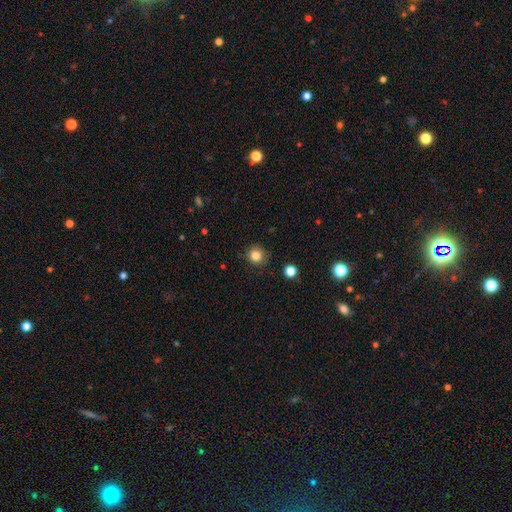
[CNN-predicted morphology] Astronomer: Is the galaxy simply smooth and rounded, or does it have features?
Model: smooth — 83%.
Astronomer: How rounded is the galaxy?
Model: round — 90%.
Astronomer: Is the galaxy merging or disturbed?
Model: none — 87%.